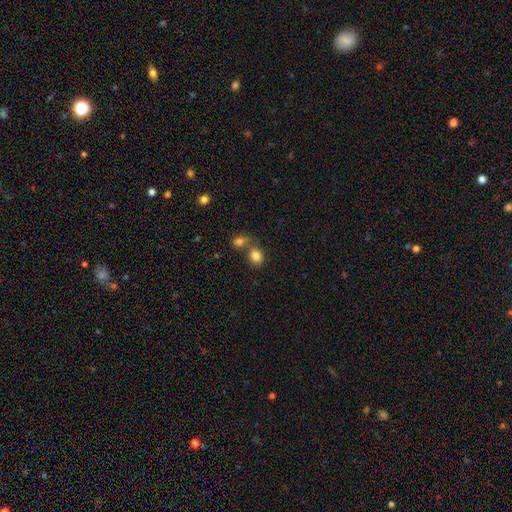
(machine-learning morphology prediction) Smooth or featured?
  - smooth: 84% *
  - star or artifact: 10%
  - featured or disk: 6%
How rounded?
  - round: 50% *
  - in between: 49%
  - cigar-shaped: 1%
Merging?
  - none: 50% *
  - merger: 36%
  - minor disturbance: 10%
  - major disturbance: 4%